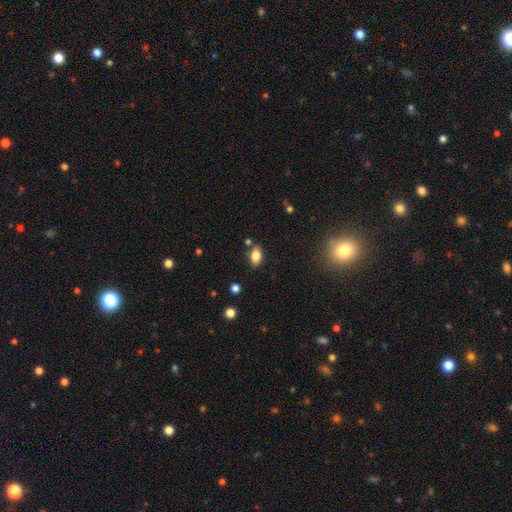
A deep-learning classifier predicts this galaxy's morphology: This is clearly a smooth galaxy (83%). How rounded: clearly in between (89%). Merging: likely none (80%).